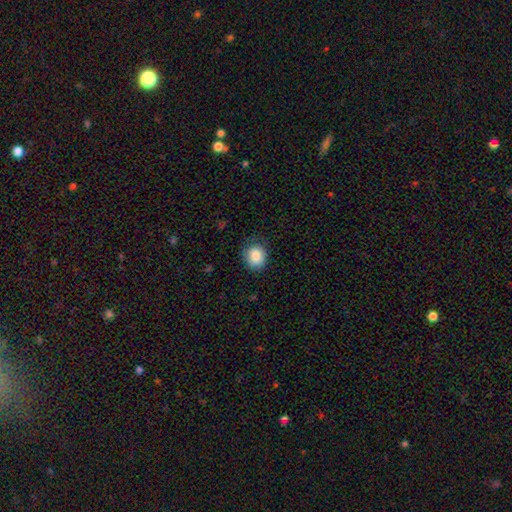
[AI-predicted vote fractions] smooth_or_featured: smooth (p=0.85) [alt: star or artifact p=0.09]
how_rounded: round (p=0.75) [alt: in between p=0.24]
merging: none (p=0.78) [alt: minor disturbance p=0.17]